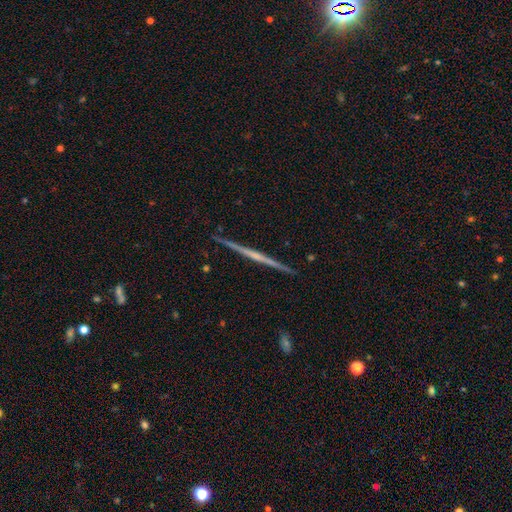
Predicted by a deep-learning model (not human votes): featured or disk 77%, smooth 17%, star or artifact 6%. Down the decision tree: edge-on disk — yes (98%); edge-on bulge — none (64%); merging — none (92%).